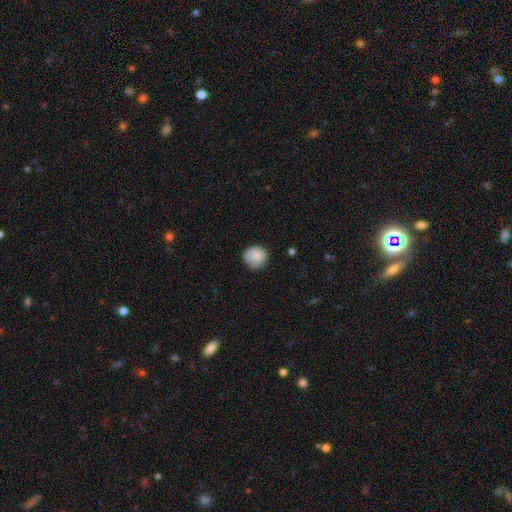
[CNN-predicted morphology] A smooth galaxy with no disk features (82%) that is round (91%). Merging: none (76%).